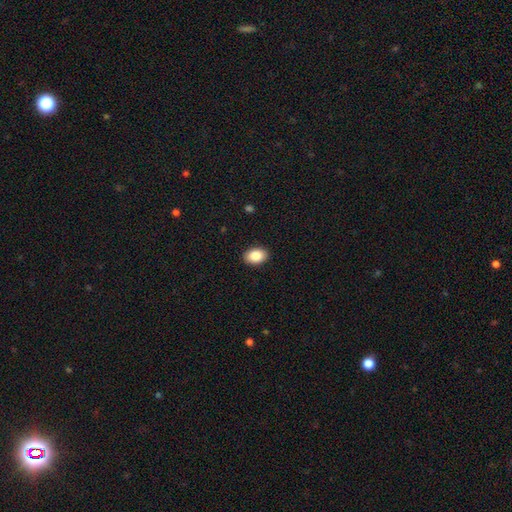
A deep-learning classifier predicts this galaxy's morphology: Q: Smooth or featured?
A: smooth (87%); runner-up: star or artifact (7%)
Q: How rounded?
A: in between (84%); runner-up: round (15%)
Q: Merging?
A: none (90%); runner-up: minor disturbance (7%)